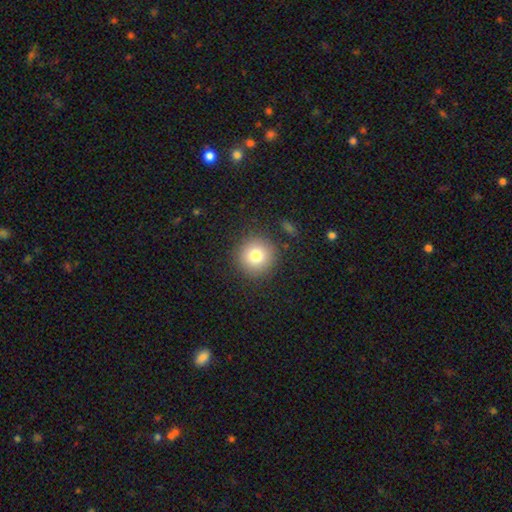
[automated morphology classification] A smooth galaxy with no disk features (79%) that is round (95%).

Vote fractions:
- Smooth or featured? smooth: 79% / star or artifact: 11% / featured or disk: 10%
- How rounded? round: 95% / in between: 4% / cigar-shaped: 1%
- Merging? none: 89% / minor disturbance: 7% / major disturbance: 3% / merger: 2%